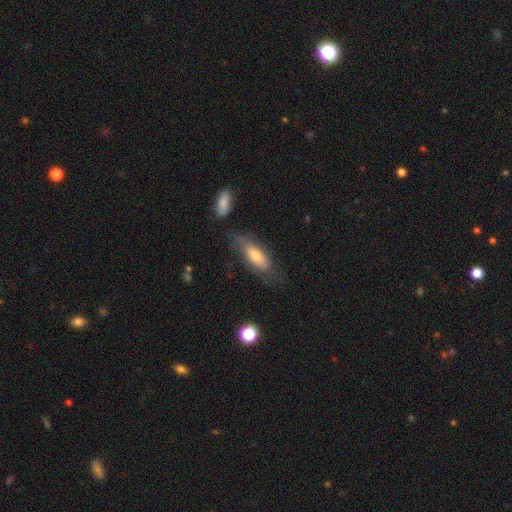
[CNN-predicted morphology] This is possibly a smooth galaxy (59%). How rounded: likely in between (66%). Merging: likely none (60%).